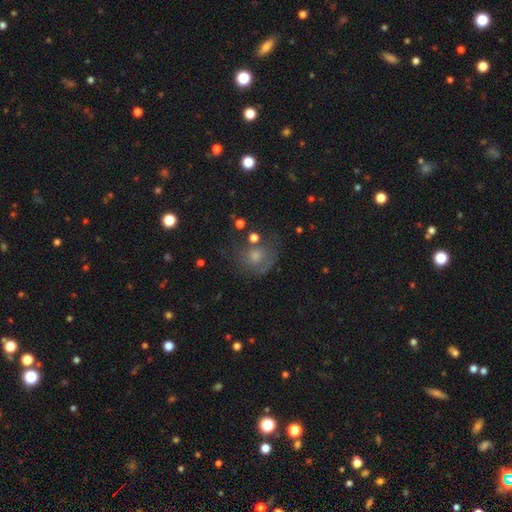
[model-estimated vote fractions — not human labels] A smooth galaxy with no disk features (45%). Merging: none (54%).